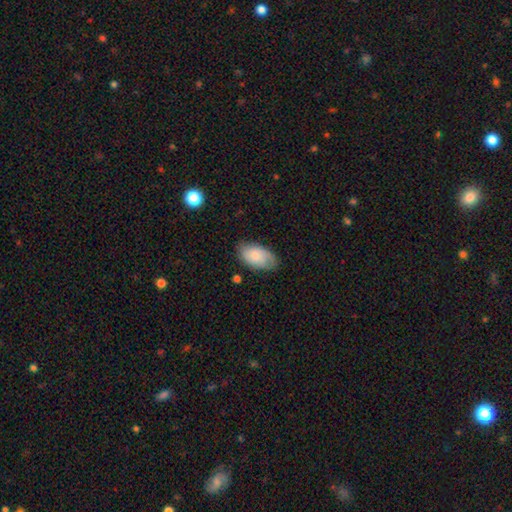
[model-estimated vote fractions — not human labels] Q: Smooth or featured?
A: smooth (73%); runner-up: featured or disk (21%)
Q: How rounded?
A: in between (94%); runner-up: round (4%)
Q: Merging?
A: none (74%); runner-up: minor disturbance (20%)